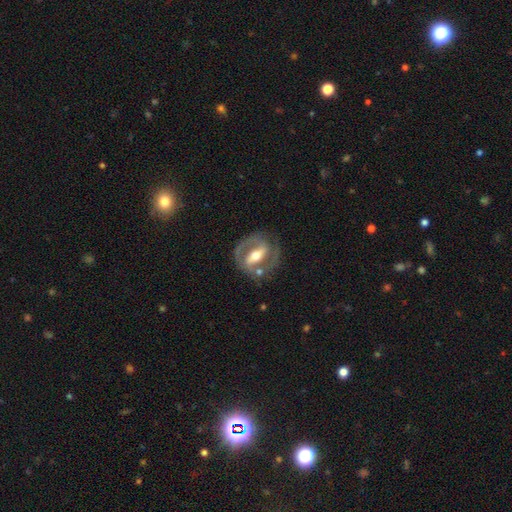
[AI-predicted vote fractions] The model was most divided on "spiral winding": medium: 44%, tight: 43%, loose: 14%. More confident: edge-on disk — no (93%); smooth or featured — featured or disk (81%); spiral arm count — 2 (81%); spiral arms — yes (76%); merging — none (71%); bulge size — moderate (70%); bar — strong (64%).